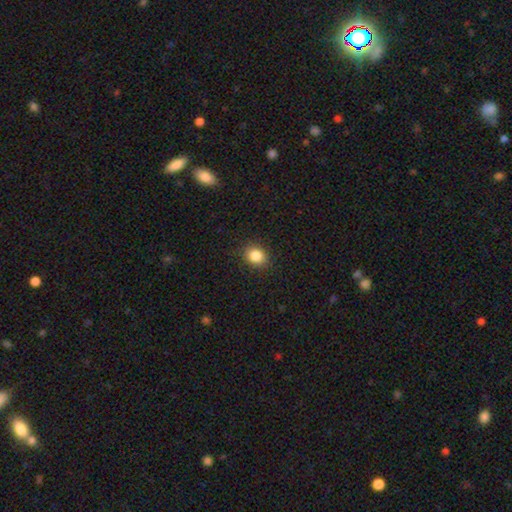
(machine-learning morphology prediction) A smooth galaxy with no disk features (85%) that is round (61%).

Vote fractions:
- Smooth or featured? smooth: 85% / star or artifact: 10% / featured or disk: 4%
- How rounded? round: 61% / in between: 38% / cigar-shaped: 1%
- Merging? none: 88% / minor disturbance: 8% / major disturbance: 2% / merger: 1%